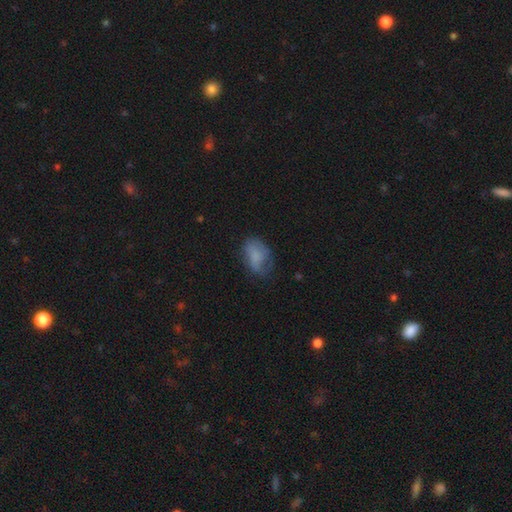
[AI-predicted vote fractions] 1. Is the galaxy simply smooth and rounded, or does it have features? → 65% smooth, 26% featured or disk, 10% star or artifact.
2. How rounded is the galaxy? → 85% in between, 13% round, 2% cigar-shaped.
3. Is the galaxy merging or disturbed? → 51% none, 30% minor disturbance, 18% major disturbance, 2% merger.